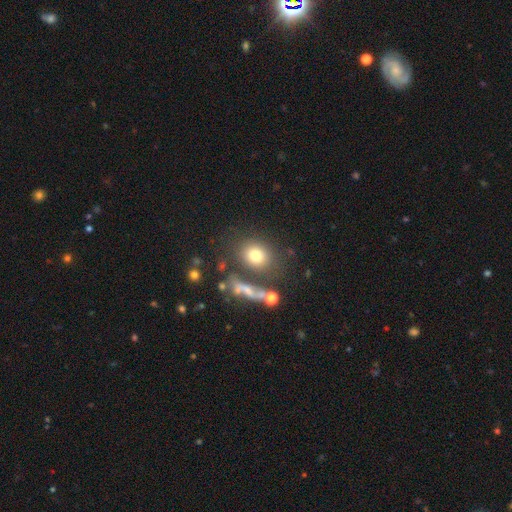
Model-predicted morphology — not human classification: A smooth galaxy with no disk features (73%) that is round (70%). Merging: none (66%).